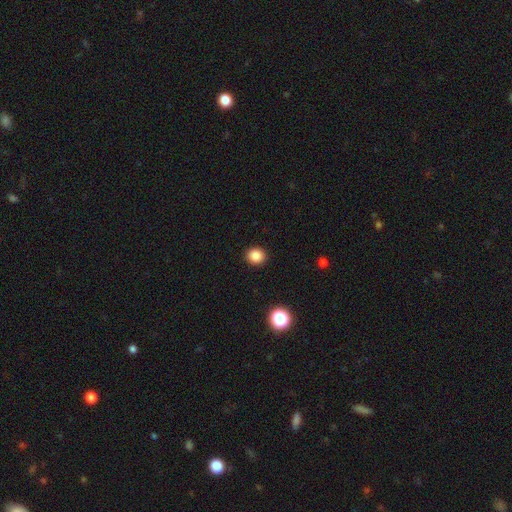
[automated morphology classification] Smooth or featured?
  - smooth: 85% *
  - star or artifact: 11%
  - featured or disk: 4%
How rounded?
  - round: 82% *
  - in between: 17%
  - cigar-shaped: 1%
Merging?
  - none: 92% *
  - minor disturbance: 5%
  - major disturbance: 2%
  - merger: 1%